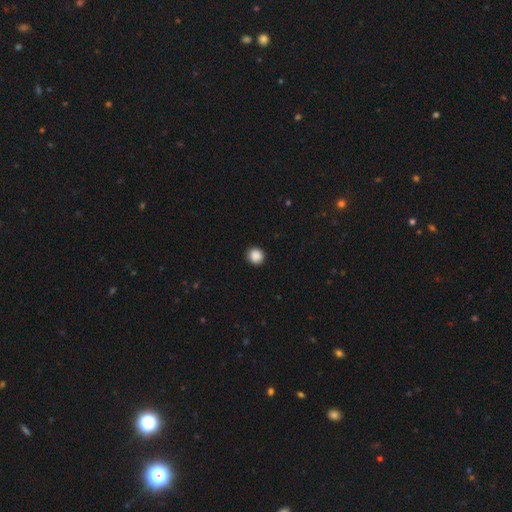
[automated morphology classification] Overall: smooth (88%). How rounded: round (92%). Merging: none (90%).